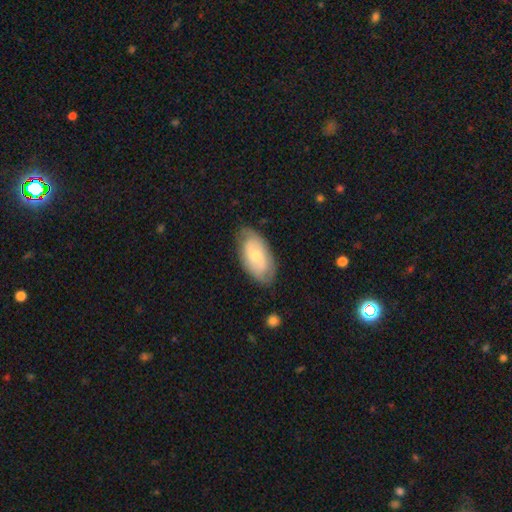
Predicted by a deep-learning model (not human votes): Smooth or featured?
  - featured or disk: 55% *
  - smooth: 39%
  - star or artifact: 6%
Edge-on disk?
  - no: 93% *
  - yes: 7%
Bar?
  - weak: 46% *
  - no: 38%
  - strong: 16%
Spiral arms?
  - yes: 74% *
  - no: 26%
Bulge size?
  - small: 50% *
  - moderate: 45%
  - large: 2%
  - none: 2%
  - dominant: 1%
Merging?
  - none: 76% *
  - minor disturbance: 18%
  - major disturbance: 4%
  - merger: 1%